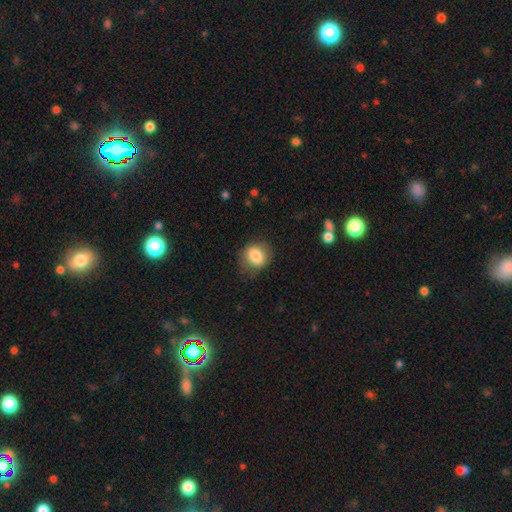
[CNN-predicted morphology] A smooth galaxy with no disk features (82%) that is round (68%). Merging: none (77%).